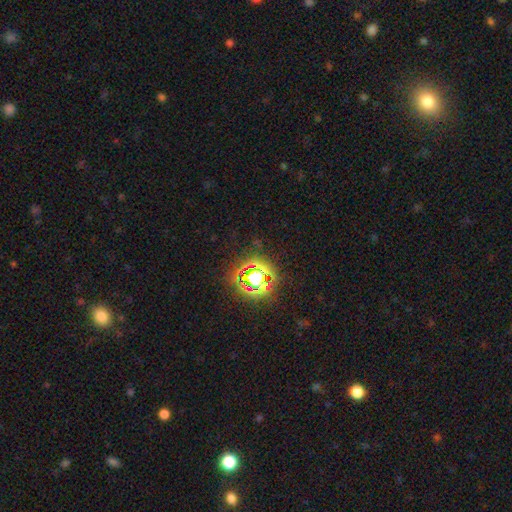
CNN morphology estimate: Smooth or featured? Predicted: star or artifact (p=0.77).